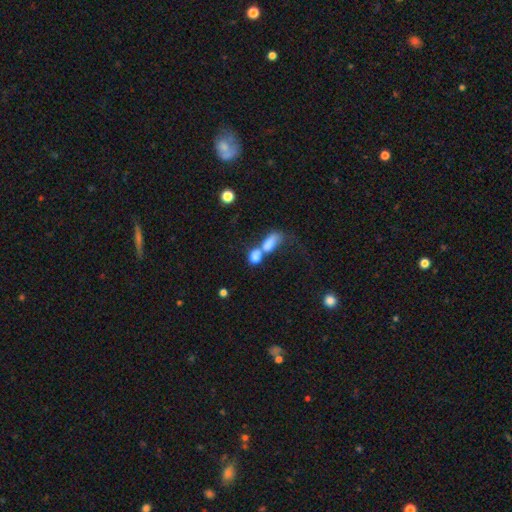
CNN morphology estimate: A smooth galaxy with no disk features (74%) that is in between round and cigar-shaped (70%).

Vote fractions:
- Smooth or featured? smooth: 74% / featured or disk: 16% / star or artifact: 10%
- How rounded? in between: 70% / round: 21% / cigar-shaped: 8%
- Merging? merger: 74% / none: 13% / major disturbance: 7% / minor disturbance: 6%